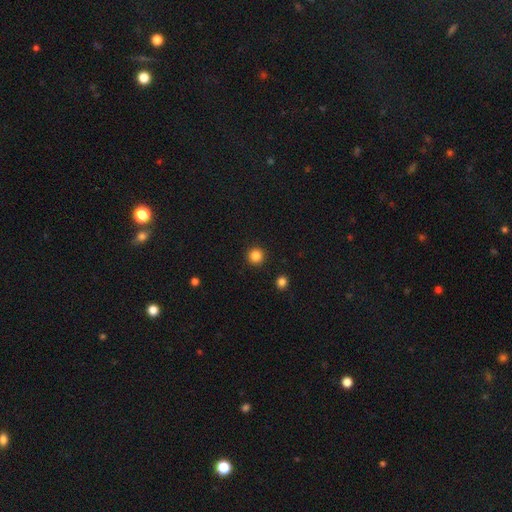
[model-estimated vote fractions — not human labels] Smooth or featured? Predicted: smooth (p=0.85). How rounded? Predicted: round (p=0.96). Merging? Predicted: none (p=0.93).